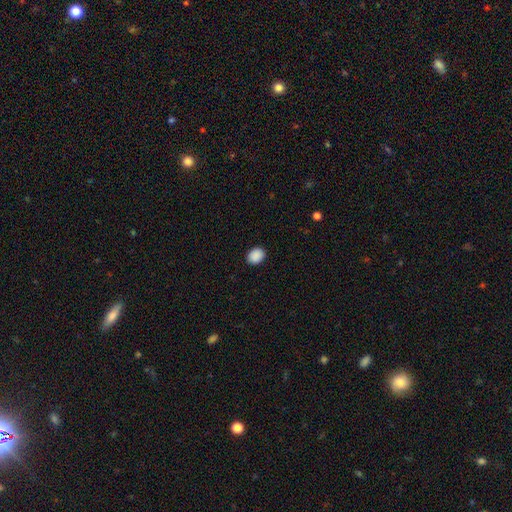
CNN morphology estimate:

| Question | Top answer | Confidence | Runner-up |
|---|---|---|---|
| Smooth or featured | smooth | 90% | star or artifact (8%) |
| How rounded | in between | 54% | round (45%) |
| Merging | none | 90% | minor disturbance (7%) |